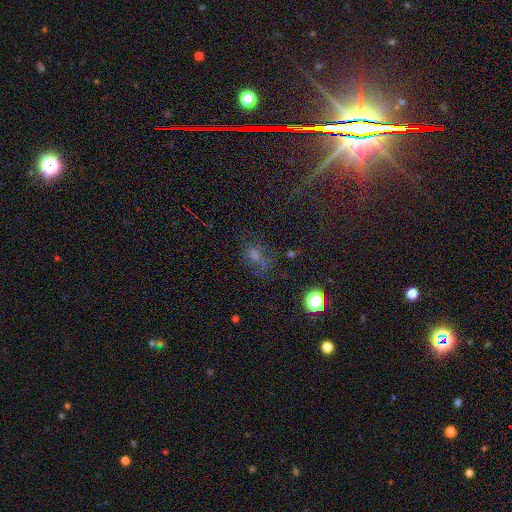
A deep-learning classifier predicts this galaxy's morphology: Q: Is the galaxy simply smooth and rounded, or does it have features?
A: smooth — 41%.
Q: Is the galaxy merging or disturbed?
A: none — 53%.